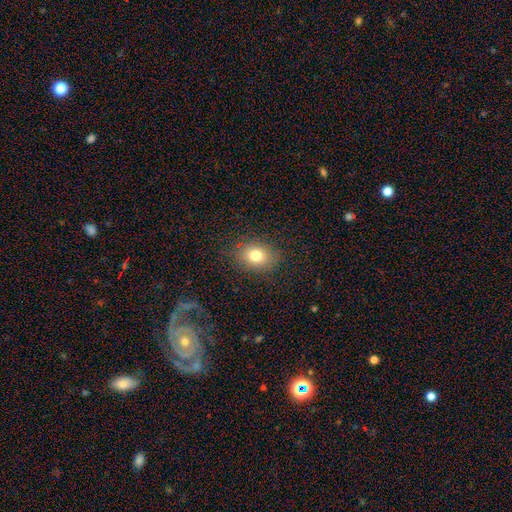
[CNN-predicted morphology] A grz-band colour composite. It shows a smooth galaxy with no disk features (78%) that is in between round and cigar-shaped (55%). Merging: none (86%).